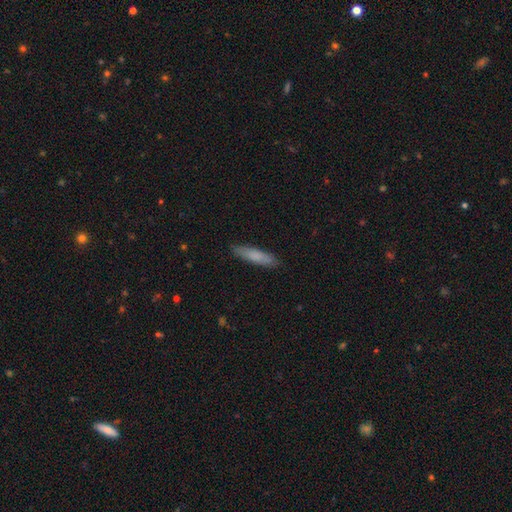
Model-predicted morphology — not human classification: A smooth galaxy with no disk features (79%) that is cigar-shaped (81%). Merging: none (87%).